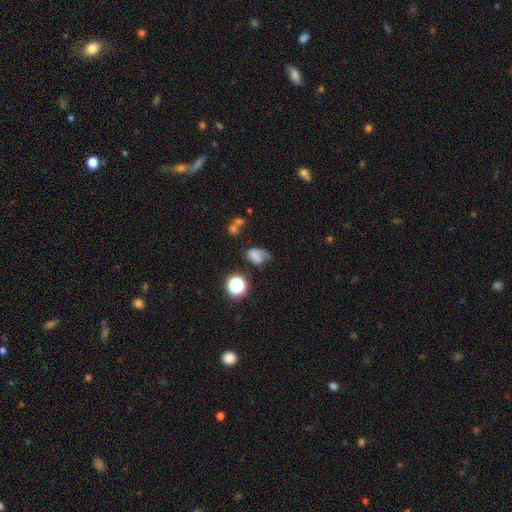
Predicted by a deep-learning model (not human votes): Smooth or featured?
  - smooth: 51% *
  - featured or disk: 31%
  - star or artifact: 17%
How rounded?
  - in between: 68% *
  - round: 30%
  - cigar-shaped: 2%
Merging?
  - none: 38% *
  - minor disturbance: 29%
  - major disturbance: 26%
  - merger: 7%